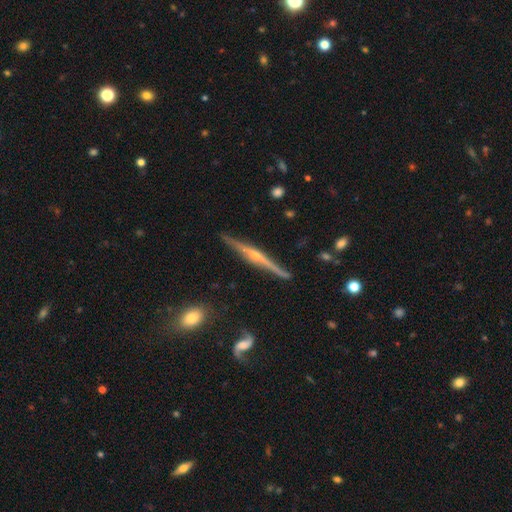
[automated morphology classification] smooth_or_featured: featured or disk (p=0.84) [alt: smooth p=0.10]
disk_edge_on: yes (p=0.98) [alt: no p=0.02]
edge_on_bulge: rounded (p=0.86) [alt: none p=0.09]
merging: none (p=0.87) [alt: minor disturbance p=0.09]